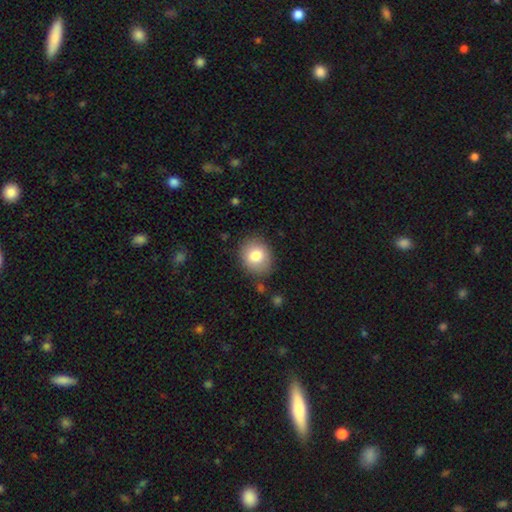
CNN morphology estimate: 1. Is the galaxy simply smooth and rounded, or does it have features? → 81% smooth, 10% featured or disk, 8% star or artifact.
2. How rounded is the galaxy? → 67% round, 32% in between, 1% cigar-shaped.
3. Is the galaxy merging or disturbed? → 82% none, 13% minor disturbance, 3% major disturbance, 2% merger.